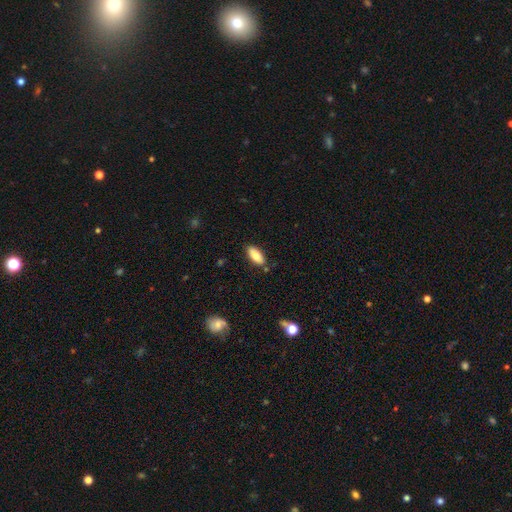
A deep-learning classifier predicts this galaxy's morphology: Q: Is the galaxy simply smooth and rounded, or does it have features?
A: smooth — 78%.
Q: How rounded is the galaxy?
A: in between — 90%.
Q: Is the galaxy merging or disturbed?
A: none — 83%.